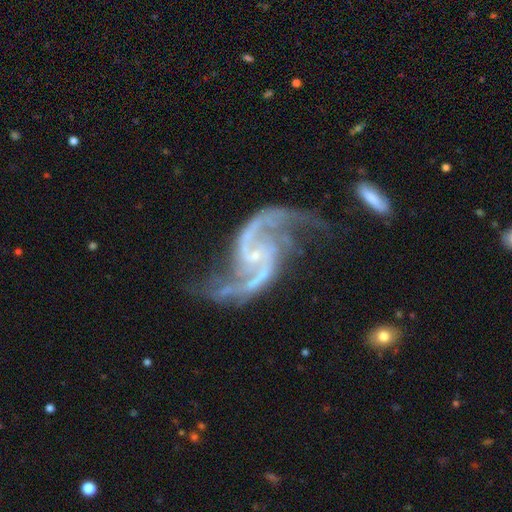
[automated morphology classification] Smooth or featured? featured or disk (93%)
Edge-on disk? no (98%)
Bar? no (48%)
Spiral arms? yes (98%)
Spiral winding? loose (64%)
Spiral arm count? 2 (93%)
Bulge size? small (80%)
Merging? none (57%)